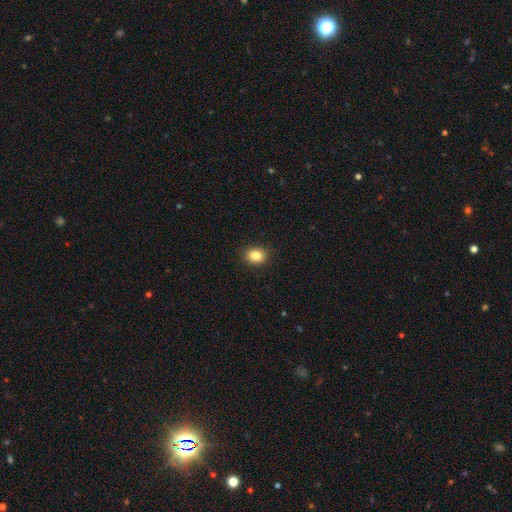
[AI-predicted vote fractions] smooth_or_featured: smooth (p=0.84) [alt: star or artifact p=0.10]
how_rounded: round (p=0.58) [alt: in between p=0.41]
merging: none (p=0.91) [alt: minor disturbance p=0.06]